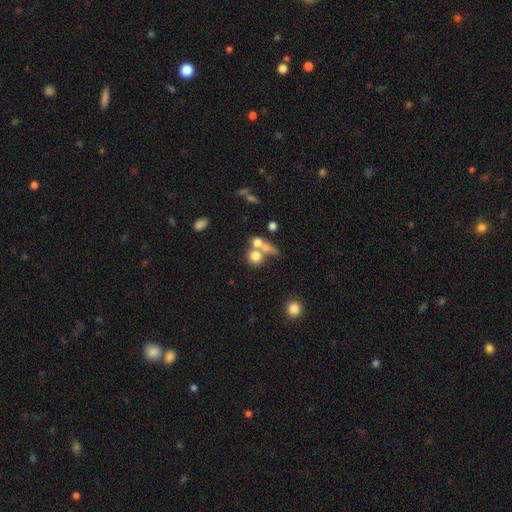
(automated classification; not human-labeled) The model was most divided on "merging": merger: 48%, none: 38%, minor disturbance: 7%, major disturbance: 7%. More confident: how rounded — round (81%); smooth or featured — smooth (69%).